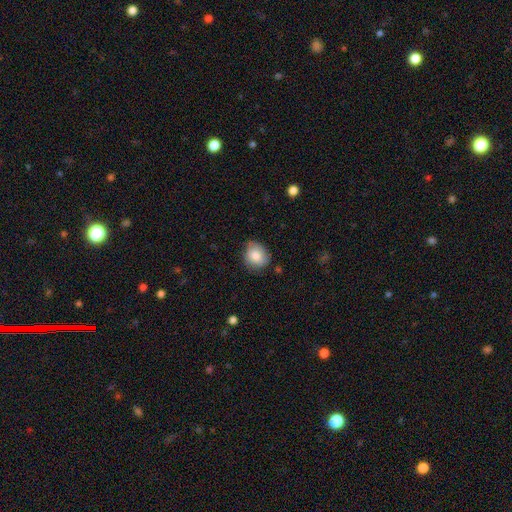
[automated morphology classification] type=smooth (82%); roundness=round (68%); merging=none (70%).